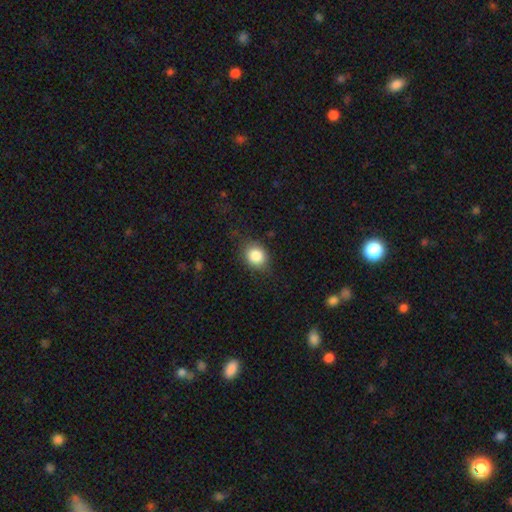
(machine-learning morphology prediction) smooth-or-featured: smooth: 85% | star or artifact: 9% | featured or disk: 6%
  how-rounded: round: 59% | in between: 40% | cigar-shaped: 1%
  merging: none: 77% | minor disturbance: 17% | major disturbance: 5% | merger: 1%